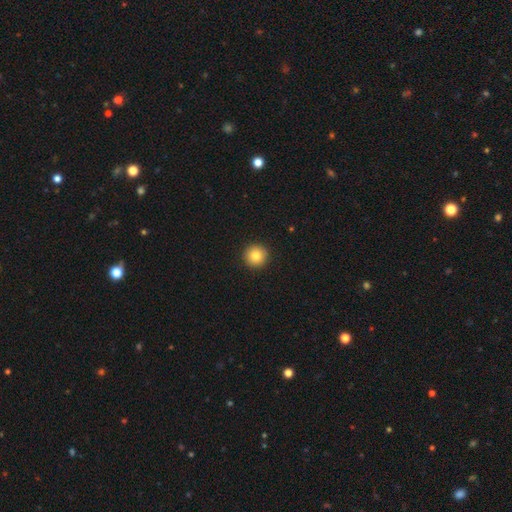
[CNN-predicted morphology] smooth 84%, star or artifact 9%, featured or disk 7%. Down the decision tree: how rounded — round (95%); merging — none (93%).